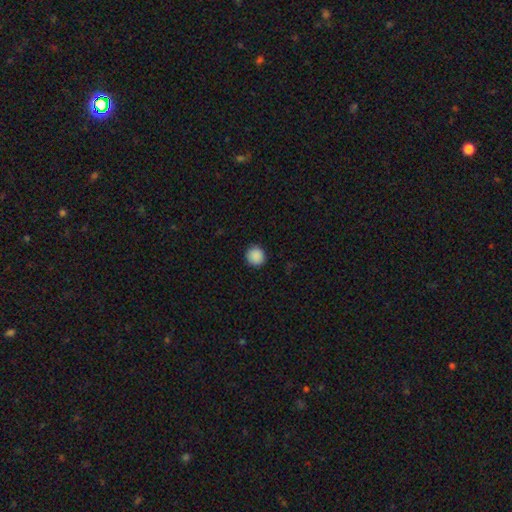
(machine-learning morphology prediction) Smooth or featured? smooth (89%)
How rounded? round (94%)
Merging? none (92%)